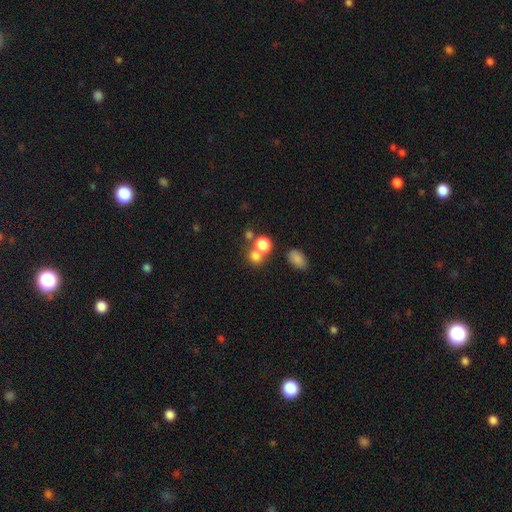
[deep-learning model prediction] Smooth or featured: smooth — 74% (star or artifact — 16%)
How rounded: round — 73% (in between — 25%)
Merging: none — 49% (merger — 39%)